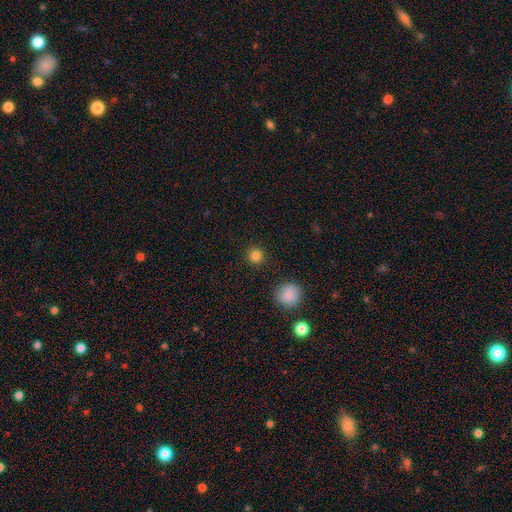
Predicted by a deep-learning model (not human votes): Smooth or featured: smooth — 83% (star or artifact — 13%)
How rounded: round — 94% (in between — 5%)
Merging: none — 91% (minor disturbance — 5%)